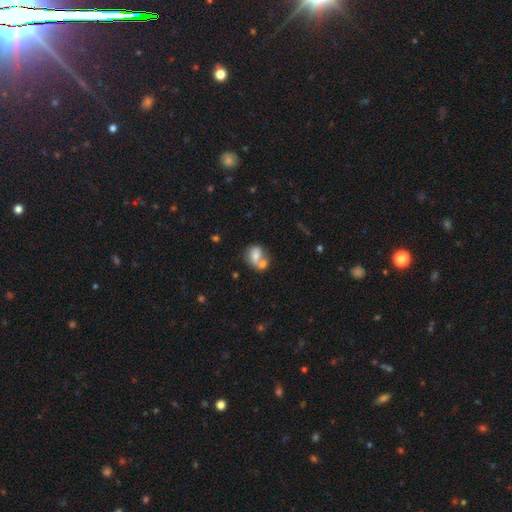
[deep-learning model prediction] Smooth or featured? Predicted: smooth (p=0.68). How rounded? Predicted: in between (p=0.55). Merging? Predicted: merger (p=0.61).